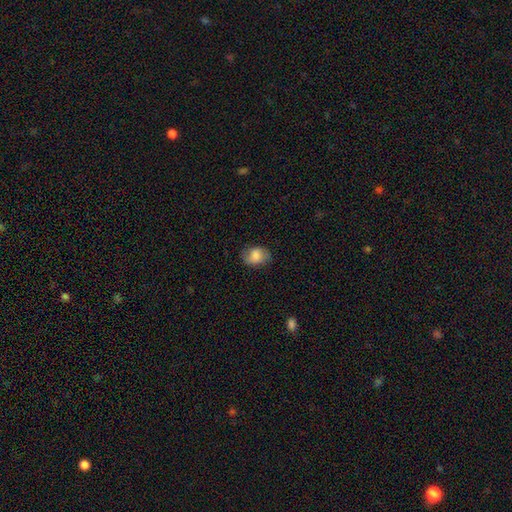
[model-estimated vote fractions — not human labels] The model was most divided on "how rounded": in between: 71%, round: 28%, cigar-shaped: 1%. More confident: smooth or featured — smooth (76%); merging — none (75%).